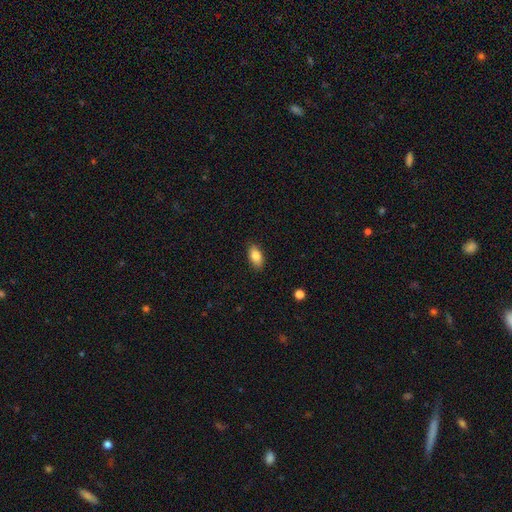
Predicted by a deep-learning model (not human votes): Overall: smooth (83%). How rounded: in between (90%). Merging: none (87%).